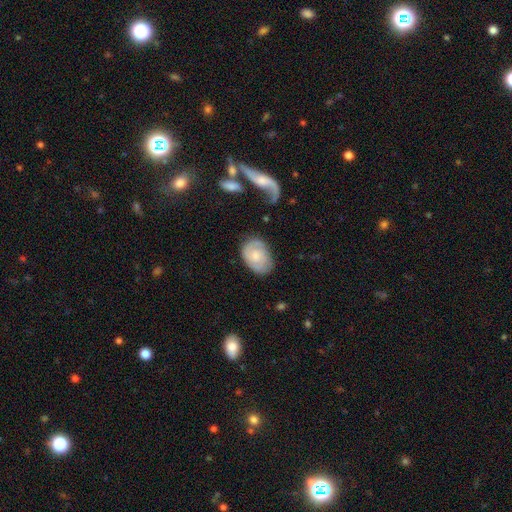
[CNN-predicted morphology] This is possibly a featured or disk galaxy (55%). It is clearly not viewed edge-on (96%). Bar: likely no (69%). Spiral arm pattern: clearly yes (85%). Central bulge: marginally moderate (39%, tied with small). Merging: likely none (70%).